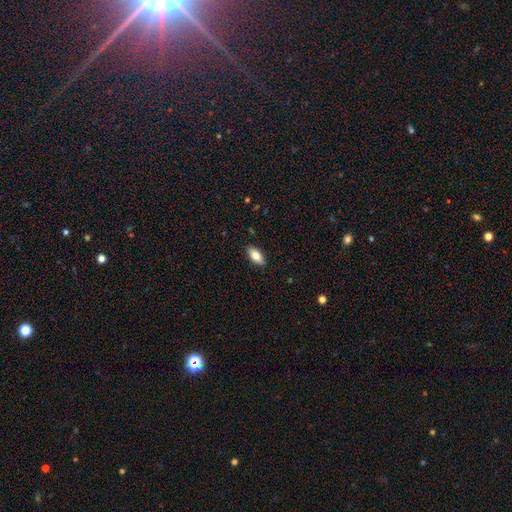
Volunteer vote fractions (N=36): A smooth galaxy with no disk features (69%) that is in between round and cigar-shaped (84%).

Vote fractions:
- Smooth or featured? smooth: 69% / featured or disk: 25% / star or artifact: 6%
- How rounded? in between: 84% / cigar-shaped: 16% / round: 0%
- Merging? none: 85% / minor disturbance: 9% / major disturbance: 6% / merger: 0%